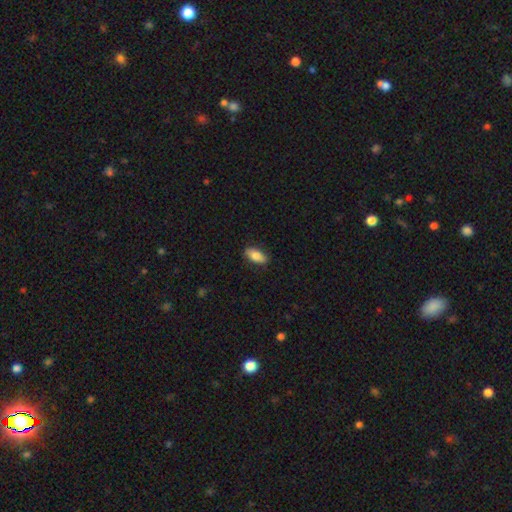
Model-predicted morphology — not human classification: This is clearly a smooth galaxy (80%). How rounded: clearly in between (87%). Merging: clearly none (84%).